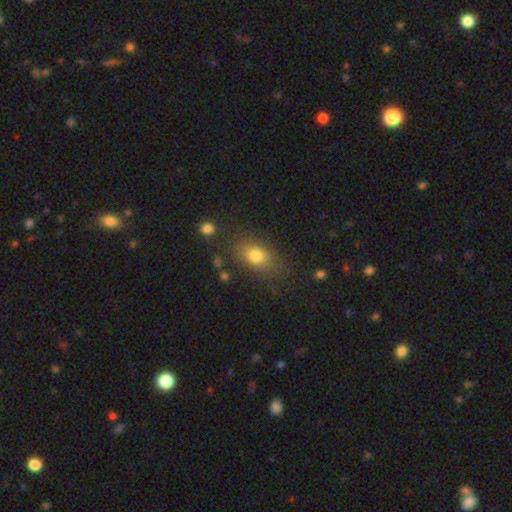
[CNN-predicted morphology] A smooth galaxy with no disk features (77%) that is in between round and cigar-shaped (77%). Merging: none (75%).